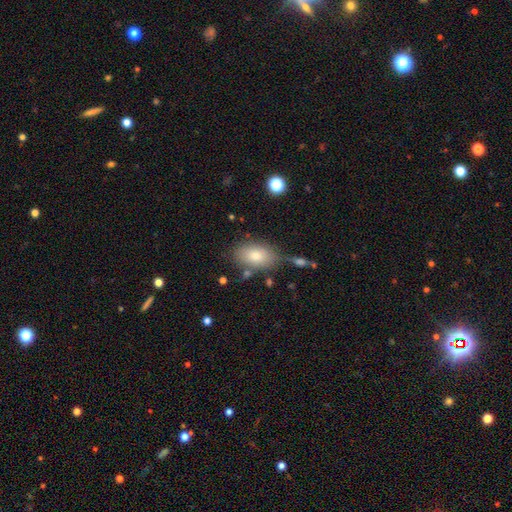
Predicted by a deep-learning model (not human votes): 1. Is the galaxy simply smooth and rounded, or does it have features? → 80% smooth, 13% featured or disk, 8% star or artifact.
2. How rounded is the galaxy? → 90% in between, 8% round, 2% cigar-shaped.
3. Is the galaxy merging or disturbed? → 67% none, 18% minor disturbance, 9% merger, 6% major disturbance.